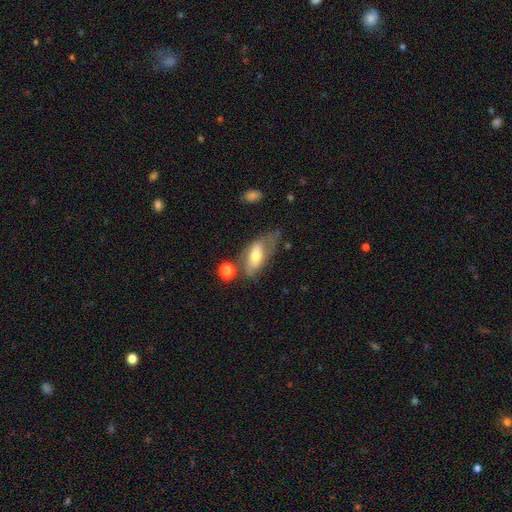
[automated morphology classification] Overall: smooth (52%; featured or disk 41%). How rounded: in between (81%). Merging: none (42%; minor disturbance 28%).